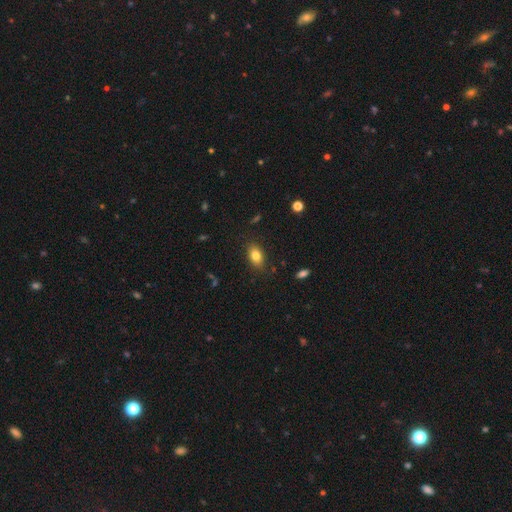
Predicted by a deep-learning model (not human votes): Smooth or featured?
  - smooth: 80% *
  - featured or disk: 11%
  - star or artifact: 9%
How rounded?
  - in between: 86% *
  - round: 12%
  - cigar-shaped: 3%
Merging?
  - none: 84% *
  - minor disturbance: 12%
  - major disturbance: 3%
  - merger: 1%